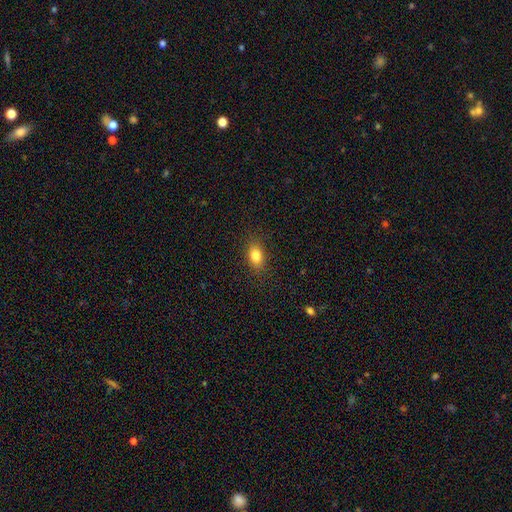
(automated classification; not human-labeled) Smooth or featured? Predicted: smooth (p=0.82). How rounded? Predicted: in between (p=0.78). Merging? Predicted: none (p=0.87).